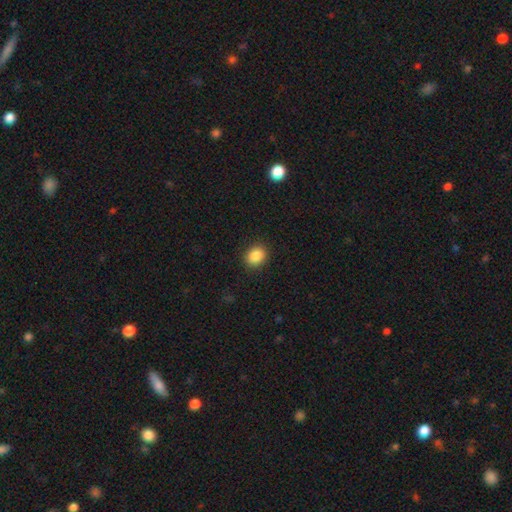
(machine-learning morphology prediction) Smooth or featured?
  - smooth: 87% *
  - star or artifact: 9%
  - featured or disk: 4%
How rounded?
  - round: 54% *
  - in between: 45%
  - cigar-shaped: 1%
Merging?
  - none: 89% *
  - minor disturbance: 7%
  - major disturbance: 2%
  - merger: 1%